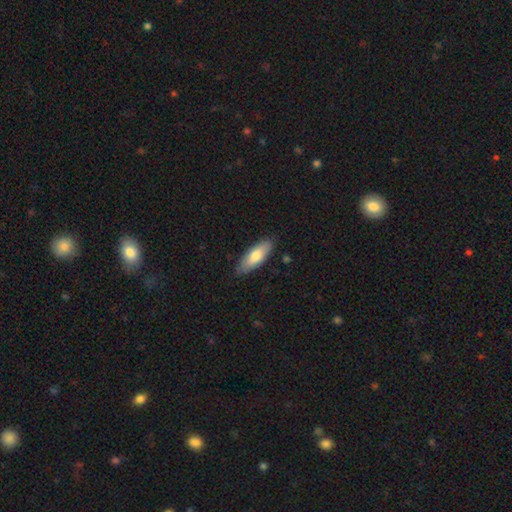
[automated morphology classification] Smooth or featured?
  - smooth: 73% *
  - featured or disk: 22%
  - star or artifact: 5%
How rounded?
  - in between: 67% *
  - cigar-shaped: 31%
  - round: 2%
Merging?
  - none: 84% *
  - minor disturbance: 13%
  - major disturbance: 2%
  - merger: 1%